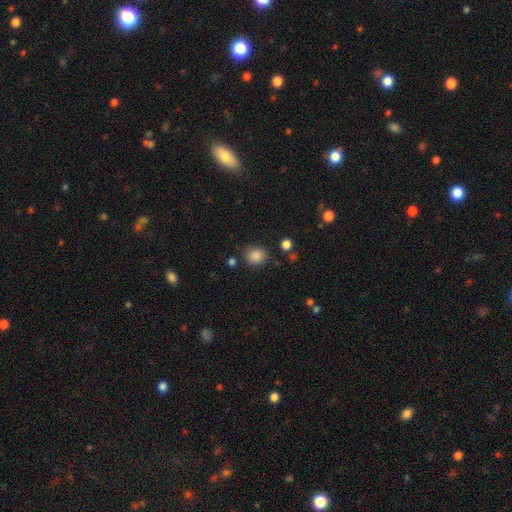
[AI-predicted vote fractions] Smooth or featured?
  - smooth: 86% *
  - star or artifact: 10%
  - featured or disk: 4%
How rounded?
  - round: 68% *
  - in between: 31%
  - cigar-shaped: 1%
Merging?
  - none: 81% *
  - minor disturbance: 12%
  - major disturbance: 4%
  - merger: 3%